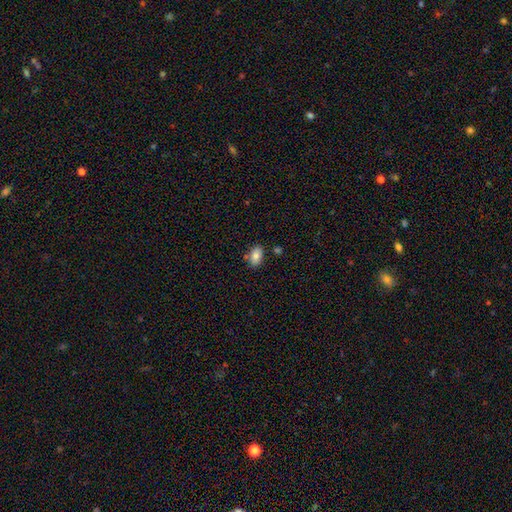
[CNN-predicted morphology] smooth 84%, featured or disk 9%, star or artifact 8%. Down the decision tree: how rounded — in between (91%); merging — none (79%).